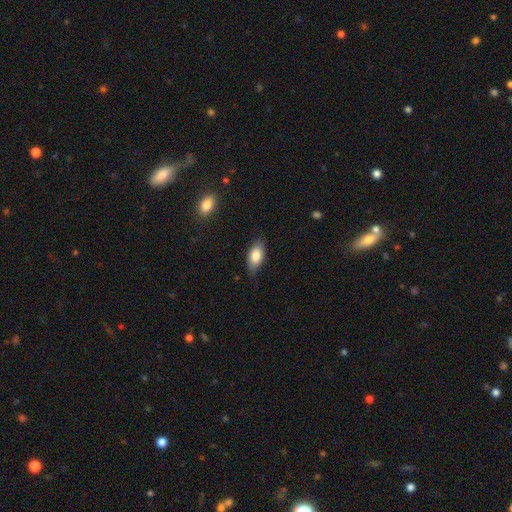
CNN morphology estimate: A smooth galaxy with no disk features (82%) that is in between round and cigar-shaped (88%).

Vote fractions:
- Smooth or featured? smooth: 82% / featured or disk: 11% / star or artifact: 7%
- How rounded? in between: 88% / cigar-shaped: 8% / round: 4%
- Merging? none: 77% / minor disturbance: 18% / major disturbance: 3% / merger: 1%